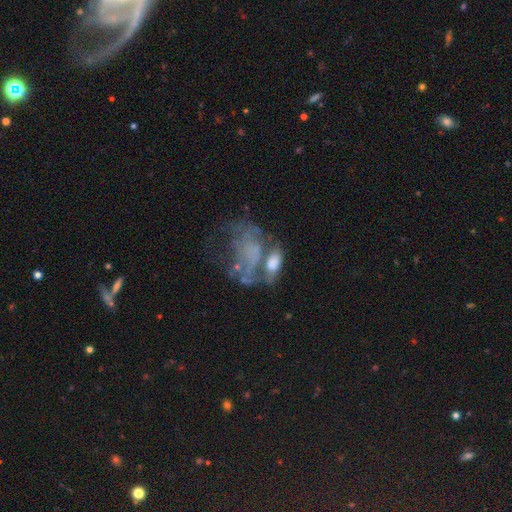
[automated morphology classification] type=featured or disk (52%); edge-on=no (95%); merging=major disturbance (33%).